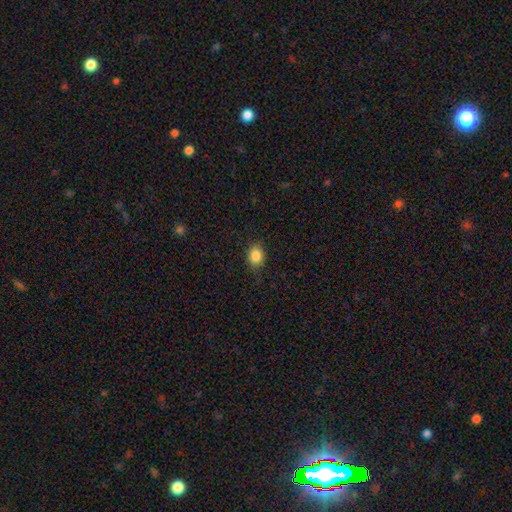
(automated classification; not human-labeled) Smooth or featured: smooth — 86% (star or artifact — 9%)
How rounded: in between — 56% (round — 43%)
Merging: none — 83% (minor disturbance — 13%)